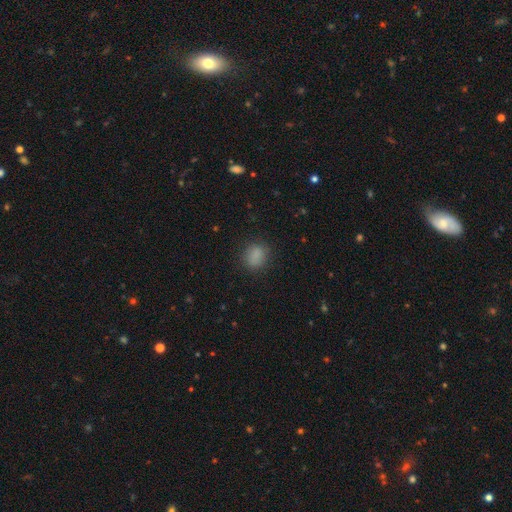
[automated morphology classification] type=smooth (83%); roundness=round (64%); merging=none (82%).